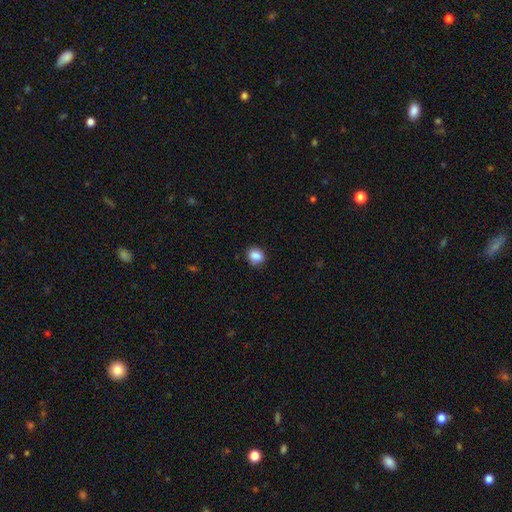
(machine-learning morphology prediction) smooth-or-featured: smooth: 87% | star or artifact: 9% | featured or disk: 4%
  how-rounded: round: 64% | in between: 35% | cigar-shaped: 1%
  merging: none: 83% | minor disturbance: 13% | major disturbance: 3% | merger: 1%